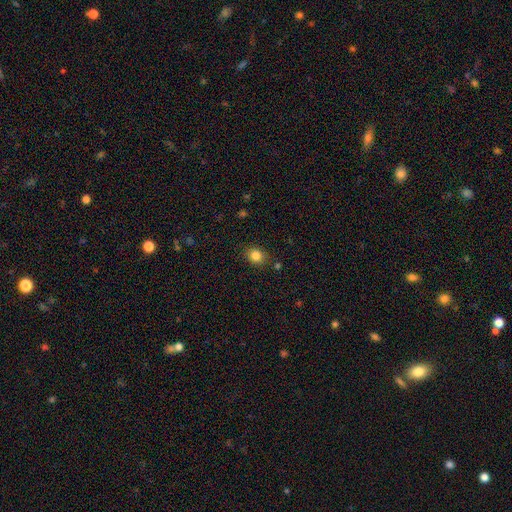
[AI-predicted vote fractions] smooth_or_featured: smooth (p=0.84) [alt: star or artifact p=0.11]
how_rounded: round (p=0.60) [alt: in between p=0.39]
merging: none (p=0.84) [alt: minor disturbance p=0.11]